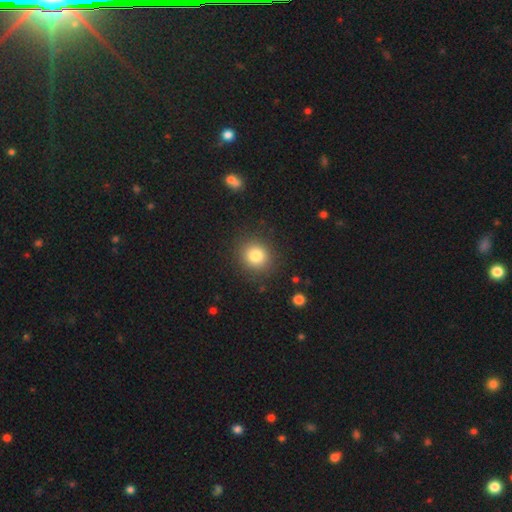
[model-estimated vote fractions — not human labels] Smooth or featured: smooth — 81% (star or artifact — 11%)
How rounded: round — 86% (in between — 13%)
Merging: none — 88% (minor disturbance — 7%)